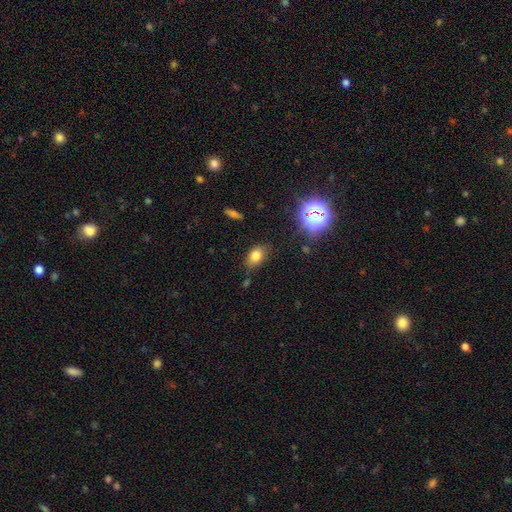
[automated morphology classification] Smooth or featured?
  - smooth: 77% *
  - star or artifact: 14%
  - featured or disk: 9%
How rounded?
  - in between: 81% *
  - round: 17%
  - cigar-shaped: 2%
Merging?
  - none: 76% *
  - minor disturbance: 17%
  - major disturbance: 4%
  - merger: 3%